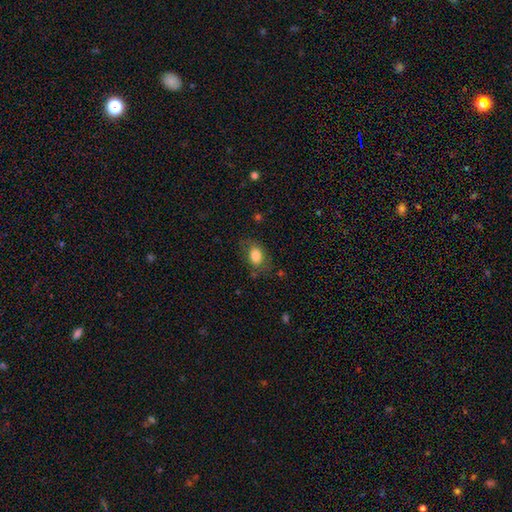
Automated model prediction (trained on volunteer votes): This appears to be a smooth galaxy with no disk features (80%) that is in between round and cigar-shaped (77%). Merging: none (68%).